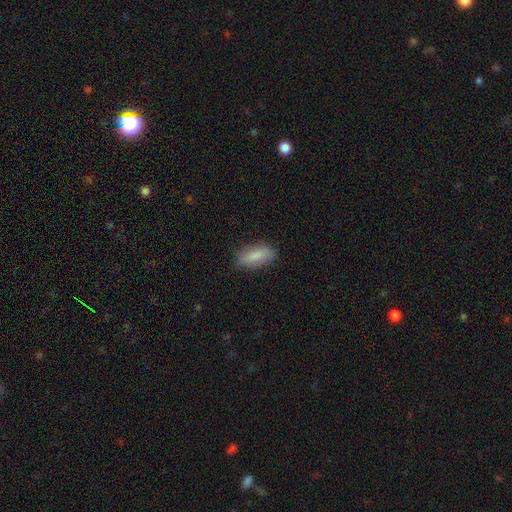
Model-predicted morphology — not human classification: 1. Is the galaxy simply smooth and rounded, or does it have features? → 85% smooth, 9% featured or disk, 6% star or artifact.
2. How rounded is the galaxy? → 79% in between, 19% cigar-shaped, 3% round.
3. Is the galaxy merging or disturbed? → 82% none, 14% minor disturbance, 3% major disturbance, 1% merger.